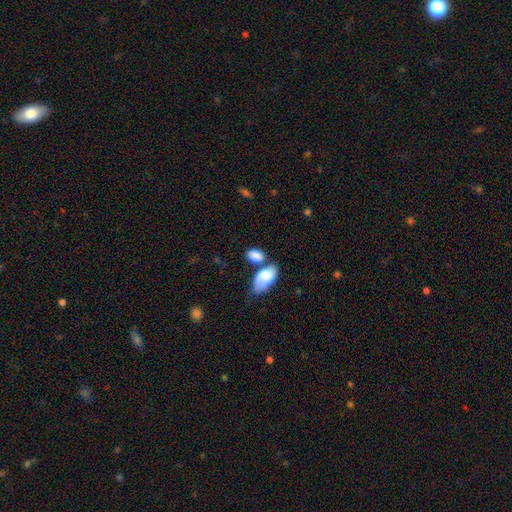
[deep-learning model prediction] smooth 85%, featured or disk 9%, star or artifact 6%. Down the decision tree: how rounded — in between (91%); merging — merger (39%, tied with none).